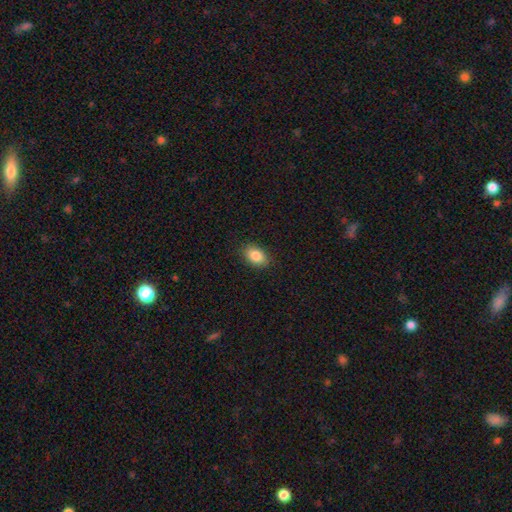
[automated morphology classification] This is clearly a smooth galaxy (86%). How rounded: clearly in between (87%). Merging: clearly none (87%).